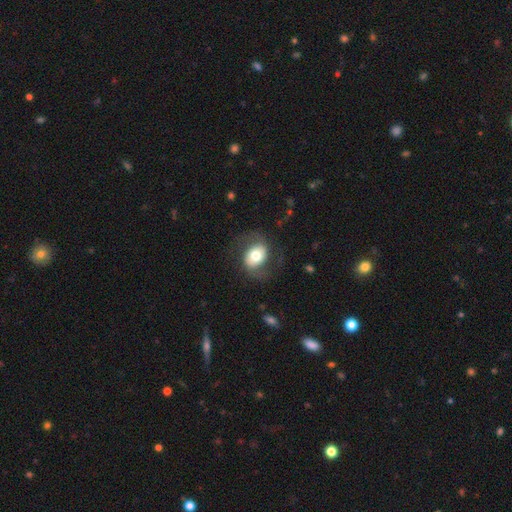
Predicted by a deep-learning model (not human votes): Morphology: type=featured or disk (47%); merging=none (68%).